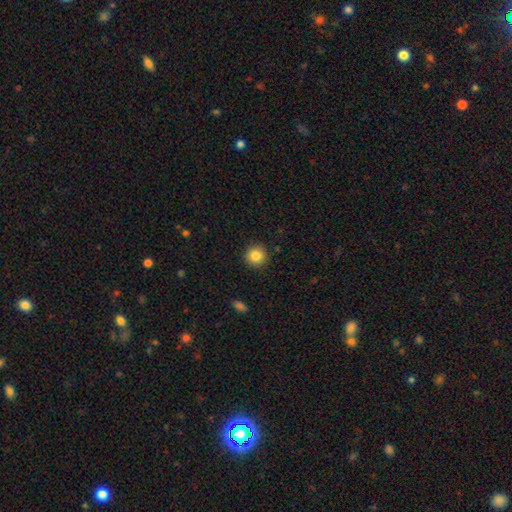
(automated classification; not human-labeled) A smooth galaxy with no disk features (84%) that is round (94%).

Vote fractions:
- Smooth or featured? smooth: 84% / star or artifact: 10% / featured or disk: 6%
- How rounded? round: 94% / in between: 5% / cigar-shaped: 1%
- Merging? none: 91% / minor disturbance: 6% / major disturbance: 2% / merger: 1%